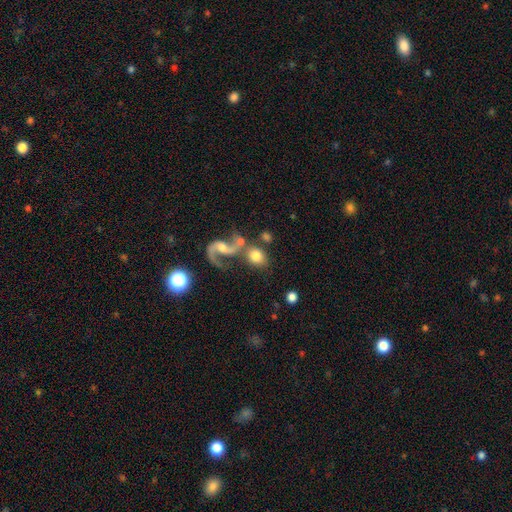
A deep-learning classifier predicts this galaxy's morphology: smooth 65%, featured or disk 26%, star or artifact 9%. Down the decision tree: how rounded — round (57%); merging — none (51%).